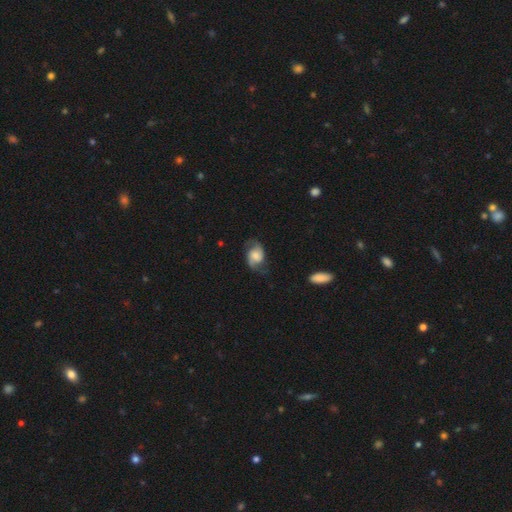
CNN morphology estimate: Q: Smooth or featured?
A: featured or disk (71%); runner-up: smooth (22%)
Q: Edge-on disk?
A: no (97%); runner-up: yes (3%)
Q: Bar?
A: no (56%); runner-up: weak (35%)
Q: Spiral arms?
A: yes (94%); runner-up: no (6%)
Q: Spiral winding?
A: medium (44%); runner-up: loose (40%)
Q: Spiral arm count?
A: 2 (90%); runner-up: can't tell (4%)
Q: Bulge size?
A: moderate (36%); runner-up: small (27%)
Q: Merging?
A: none (69%); runner-up: minor disturbance (20%)